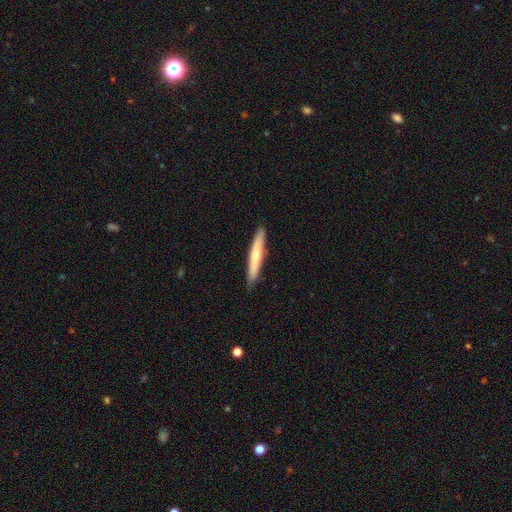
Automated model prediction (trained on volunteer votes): A smooth galaxy with no disk features (57%) that is cigar-shaped (93%). Merging: none (88%).